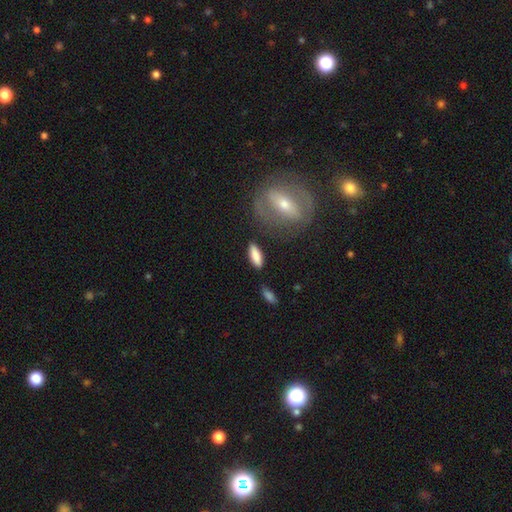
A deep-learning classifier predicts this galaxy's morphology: smooth_or_featured: smooth (p=0.82) [alt: featured or disk p=0.12]
how_rounded: in between (p=0.51) [alt: cigar-shaped p=0.47]
merging: none (p=0.80) [alt: minor disturbance p=0.12]